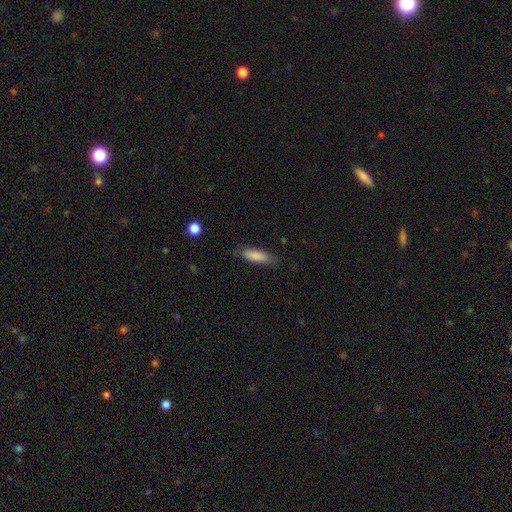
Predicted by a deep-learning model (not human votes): Overall: smooth (85%). How rounded: in between (51%; cigar-shaped 47%). Merging: none (78%).